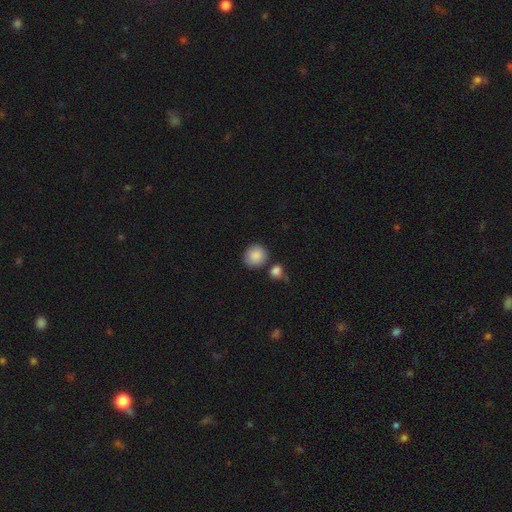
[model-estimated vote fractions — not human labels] This appears to be a smooth galaxy with no disk features (88%) that is round (86%). Merging: none (76%).